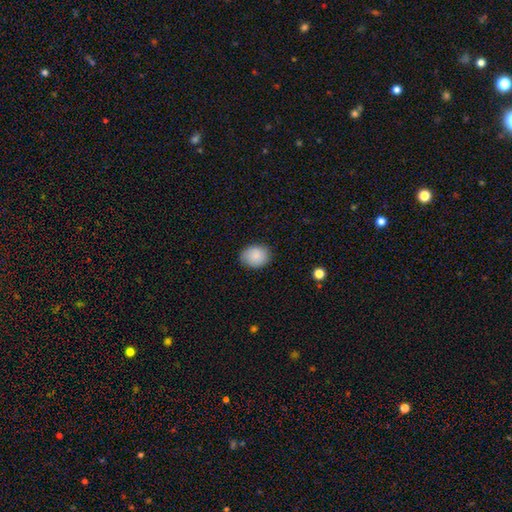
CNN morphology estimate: Smooth or featured? Predicted: smooth (p=0.88). How rounded? Predicted: round (p=0.50). Merging? Predicted: none (p=0.84).